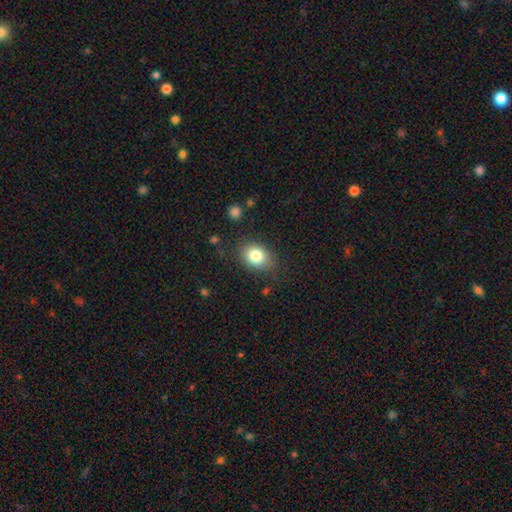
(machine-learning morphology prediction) The model was most divided on "how rounded": in between: 63%, round: 36%, cigar-shaped: 1%. More confident: smooth or featured — smooth (81%); merging — none (80%).